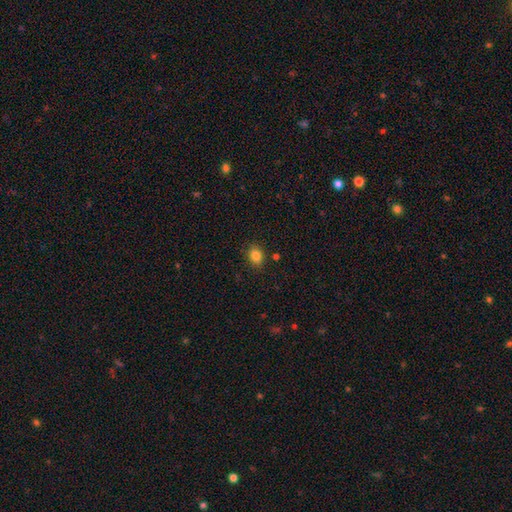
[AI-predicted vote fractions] This appears to be a smooth galaxy with no disk features (84%) that is in between round and cigar-shaped (59%). Merging: none (85%).